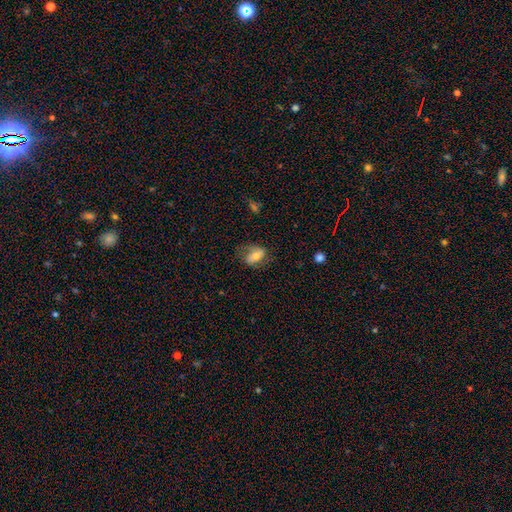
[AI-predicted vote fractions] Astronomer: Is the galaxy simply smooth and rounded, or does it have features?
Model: smooth — 48% (runner-up: featured or disk, 44%).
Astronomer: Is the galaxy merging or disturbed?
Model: none — 61%.